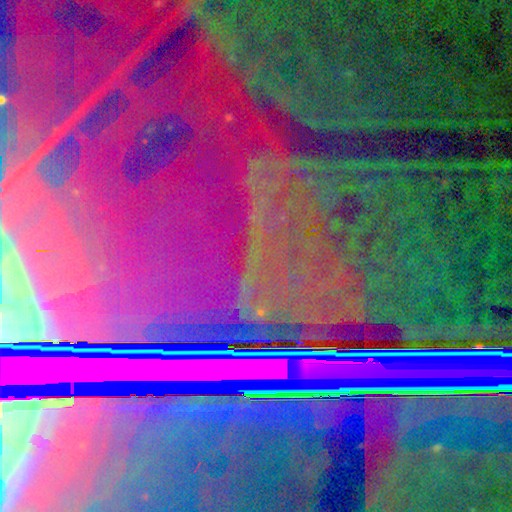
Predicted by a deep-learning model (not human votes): A star or artifact, not a galaxy (89%).

Vote fractions:
- Smooth or featured? star or artifact: 89% / featured or disk: 6% / smooth: 5%